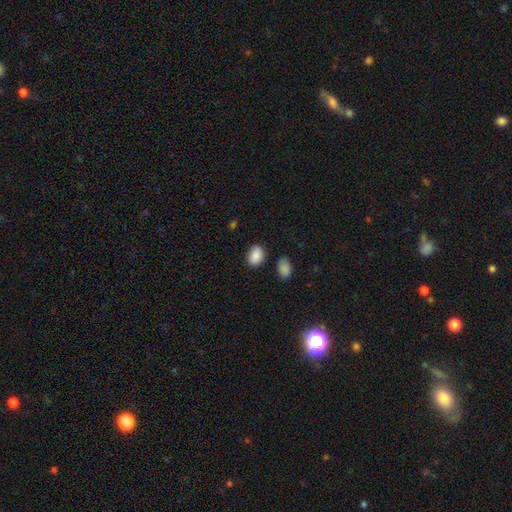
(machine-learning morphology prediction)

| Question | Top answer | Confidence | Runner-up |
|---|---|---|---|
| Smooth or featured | smooth | 87% | star or artifact (8%) |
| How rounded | in between | 87% | round (12%) |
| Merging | none | 81% | minor disturbance (13%) |